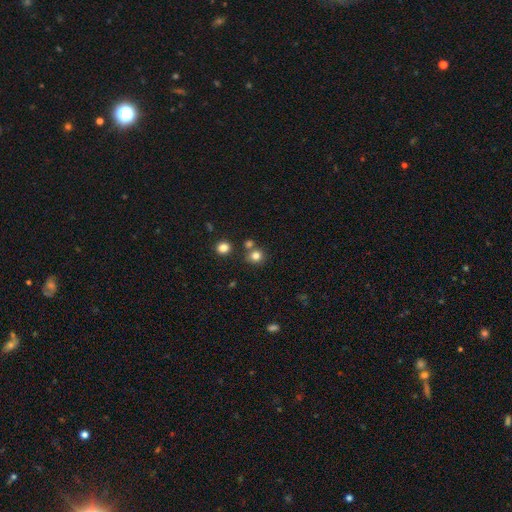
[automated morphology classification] A smooth galaxy with no disk features (80%) that is round (88%). Merging: none (72%).